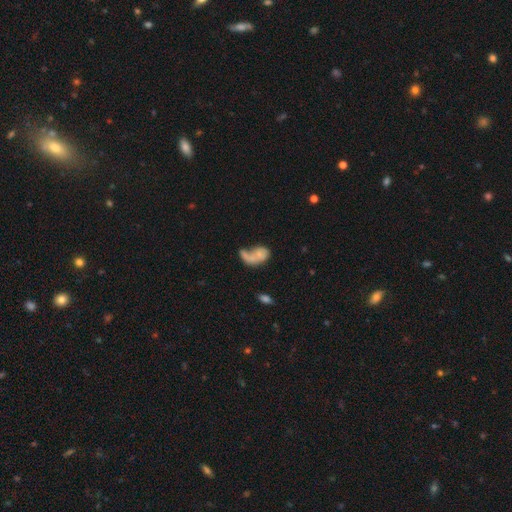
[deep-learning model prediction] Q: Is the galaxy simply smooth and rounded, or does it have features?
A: smooth — 50%.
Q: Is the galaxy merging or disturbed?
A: major disturbance — 35%.